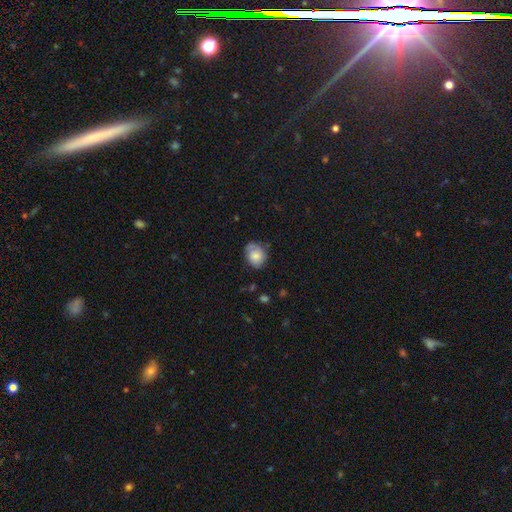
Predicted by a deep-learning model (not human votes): Smooth or featured?
  - smooth: 68% *
  - featured or disk: 24%
  - star or artifact: 8%
How rounded?
  - round: 53% *
  - in between: 46%
  - cigar-shaped: 1%
Merging?
  - none: 63% *
  - minor disturbance: 27%
  - major disturbance: 8%
  - merger: 2%